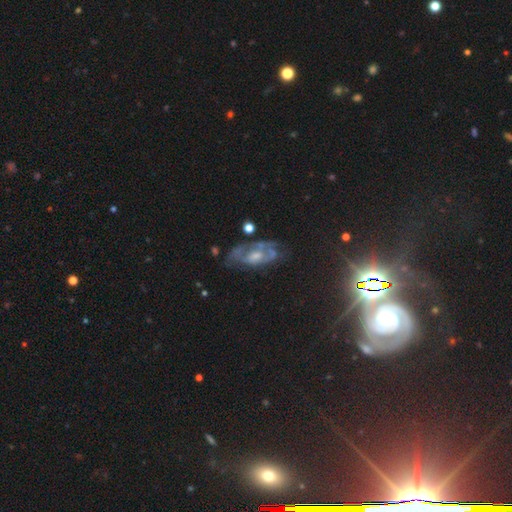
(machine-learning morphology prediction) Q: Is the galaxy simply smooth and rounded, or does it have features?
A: featured or disk — 65%.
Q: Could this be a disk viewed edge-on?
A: no — 90%.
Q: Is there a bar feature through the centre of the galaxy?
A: no — 71%.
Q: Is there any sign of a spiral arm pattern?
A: yes — 56%.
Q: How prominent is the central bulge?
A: moderate — 46%.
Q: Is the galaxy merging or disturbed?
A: none — 56%.